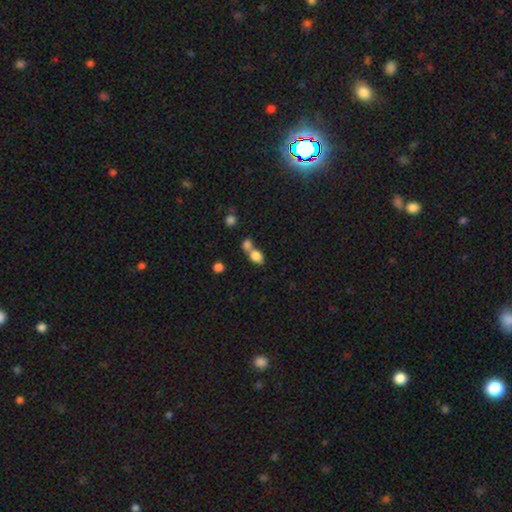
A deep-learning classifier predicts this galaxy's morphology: This is clearly a smooth galaxy (81%). How rounded: likely in between (73%). Merging: possibly merger (52%).